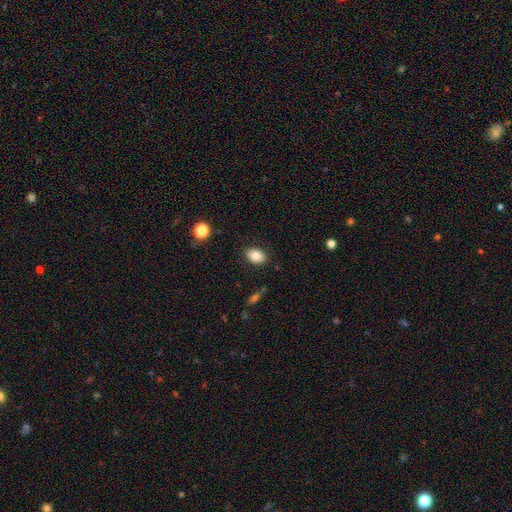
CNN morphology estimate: type=smooth (83%); roundness=in between (80%); merging=none (85%).